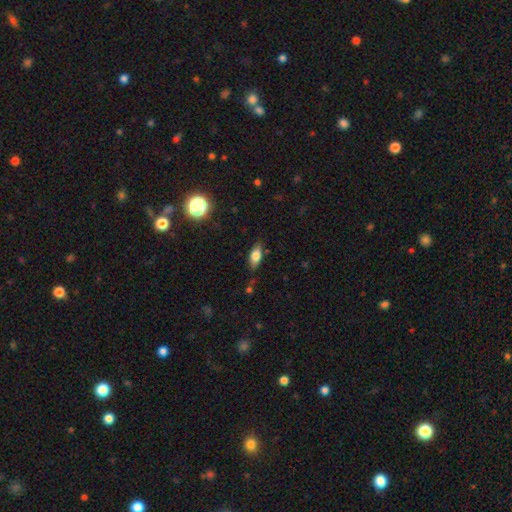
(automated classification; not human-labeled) smooth_or_featured: smooth (p=0.73) [alt: featured or disk p=0.18]
how_rounded: in between (p=0.82) [alt: cigar-shaped p=0.14]
merging: none (p=0.79) [alt: minor disturbance p=0.16]